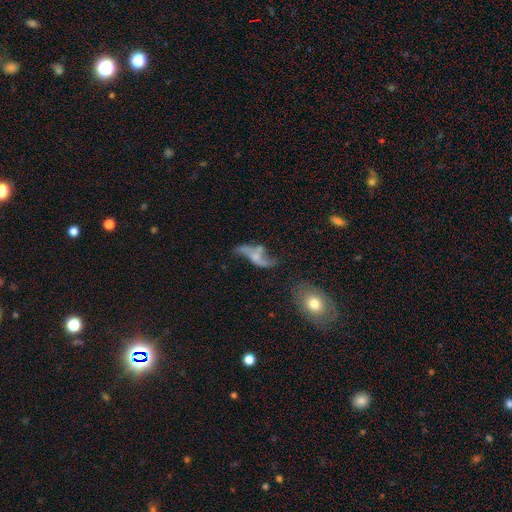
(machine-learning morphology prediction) Smooth or featured: featured or disk — 66% (smooth — 22%)
Edge-on disk: no — 90% (yes — 10%)
Bar: no — 66% (weak — 25%)
Spiral arms: yes — 65% (no — 35%)
Bulge size: none — 42% (small — 34%)
Merging: none — 31% (major disturbance — 28%)